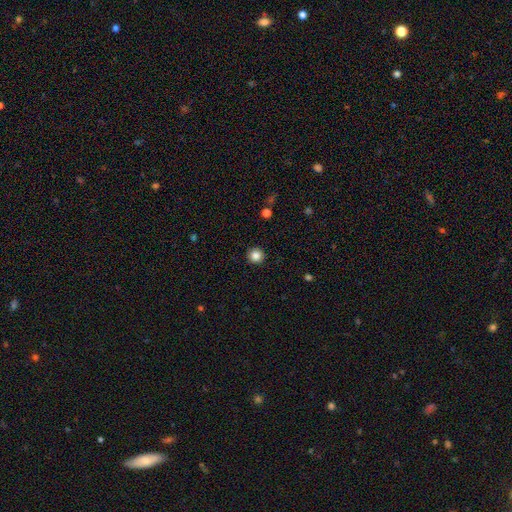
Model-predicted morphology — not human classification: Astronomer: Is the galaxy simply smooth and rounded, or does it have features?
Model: smooth — 85%.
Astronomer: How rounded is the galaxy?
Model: round — 96%.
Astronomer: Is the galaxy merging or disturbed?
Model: none — 93%.